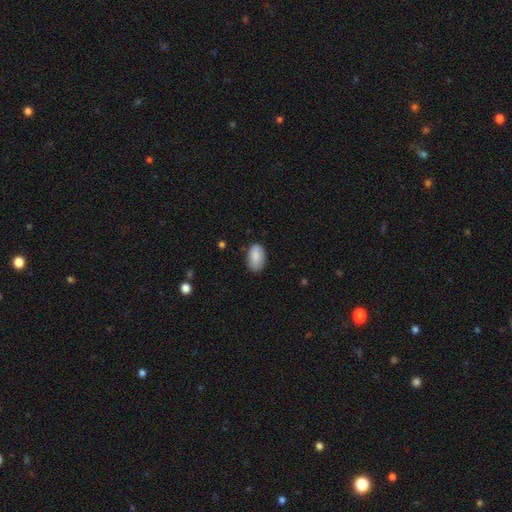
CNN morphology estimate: This is clearly a smooth galaxy (85%). How rounded: clearly in between (93%). Merging: likely none (78%).